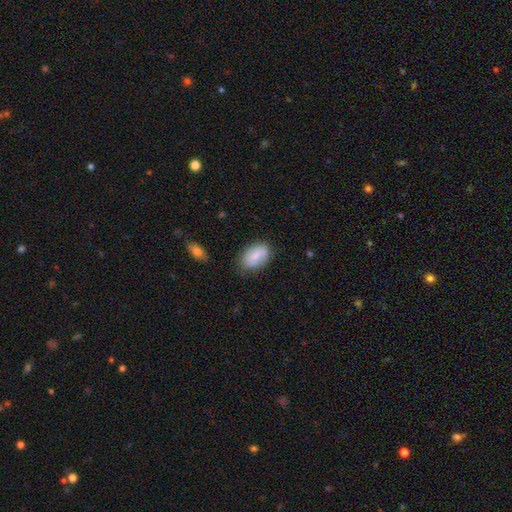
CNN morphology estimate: This appears to be a smooth galaxy with no disk features (79%) that is in between round and cigar-shaped (91%). Merging: none (74%).